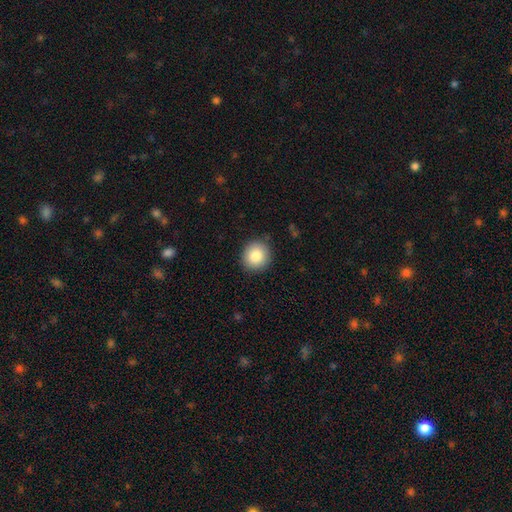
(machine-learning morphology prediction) This is clearly a smooth galaxy (85%). How rounded: clearly round (88%). Merging: clearly none (89%).